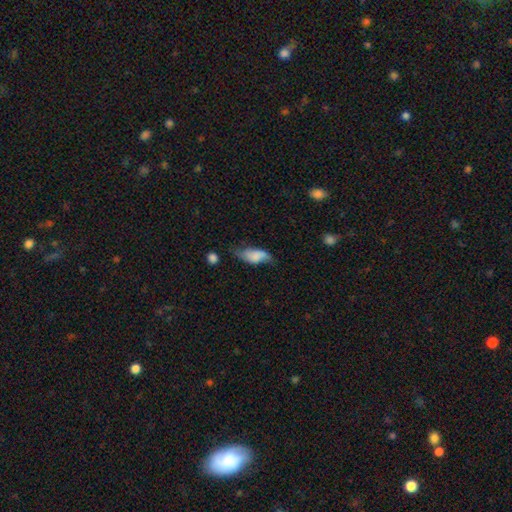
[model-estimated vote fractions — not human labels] A smooth galaxy with no disk features (64%) that is in between round and cigar-shaped (84%).

Vote fractions:
- Smooth or featured? smooth: 64% / featured or disk: 28% / star or artifact: 8%
- How rounded? in between: 84% / cigar-shaped: 12% / round: 3%
- Merging? none: 44% / minor disturbance: 36% / major disturbance: 16% / merger: 4%